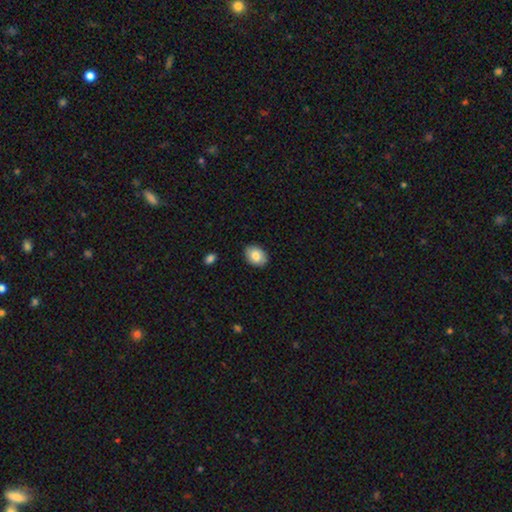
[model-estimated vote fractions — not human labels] This is clearly a smooth galaxy (83%). How rounded: likely in between (72%). Merging: clearly none (87%).